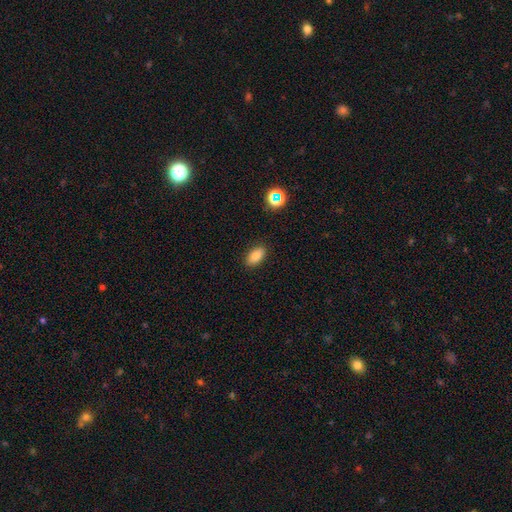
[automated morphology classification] A smooth galaxy with no disk features (81%) that is in between round and cigar-shaped (90%).

Vote fractions:
- Smooth or featured? smooth: 81% / star or artifact: 11% / featured or disk: 9%
- How rounded? in between: 90% / round: 6% / cigar-shaped: 5%
- Merging? none: 88% / minor disturbance: 8% / major disturbance: 2% / merger: 1%